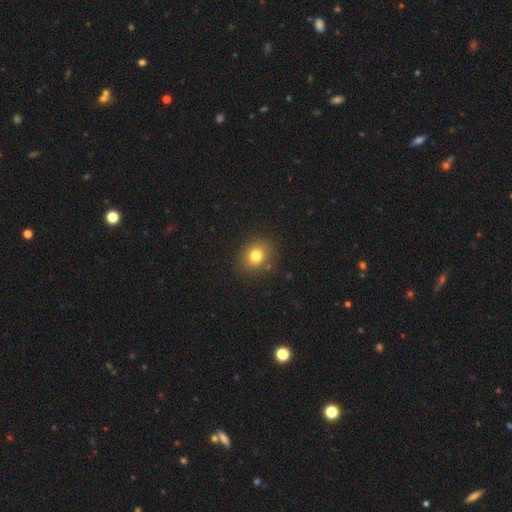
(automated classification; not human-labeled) Smooth or featured?
  - smooth: 78% *
  - star or artifact: 13%
  - featured or disk: 9%
How rounded?
  - round: 67% *
  - in between: 32%
  - cigar-shaped: 1%
Merging?
  - none: 87% *
  - minor disturbance: 9%
  - major disturbance: 3%
  - merger: 2%